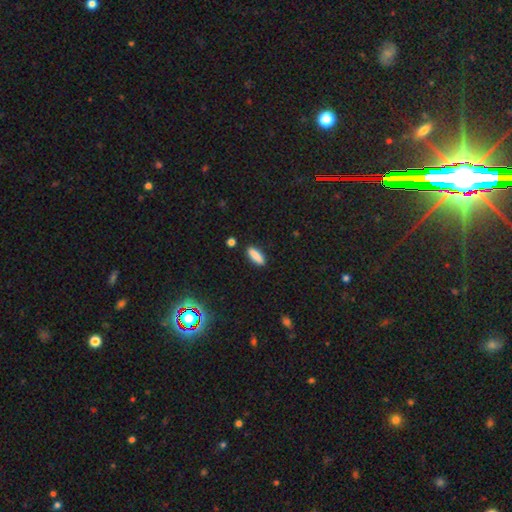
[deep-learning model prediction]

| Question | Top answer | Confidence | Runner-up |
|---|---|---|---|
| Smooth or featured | smooth | 85% | star or artifact (8%) |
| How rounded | cigar-shaped | 51% | in between (46%) |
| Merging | none | 88% | minor disturbance (8%) |